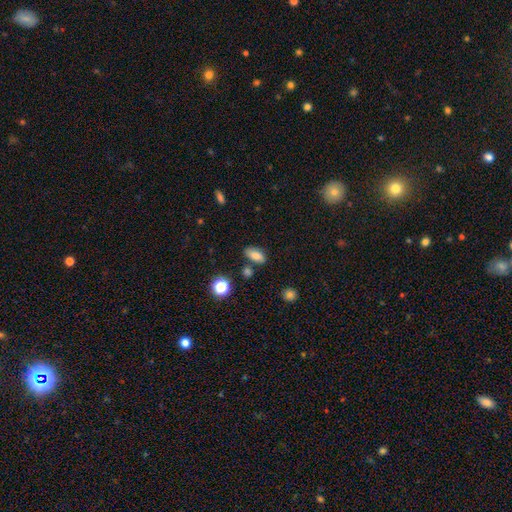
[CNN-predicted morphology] Smooth or featured?
  - smooth: 78% *
  - star or artifact: 11%
  - featured or disk: 11%
How rounded?
  - in between: 86% *
  - round: 7%
  - cigar-shaped: 6%
Merging?
  - none: 75% *
  - minor disturbance: 14%
  - merger: 7%
  - major disturbance: 4%